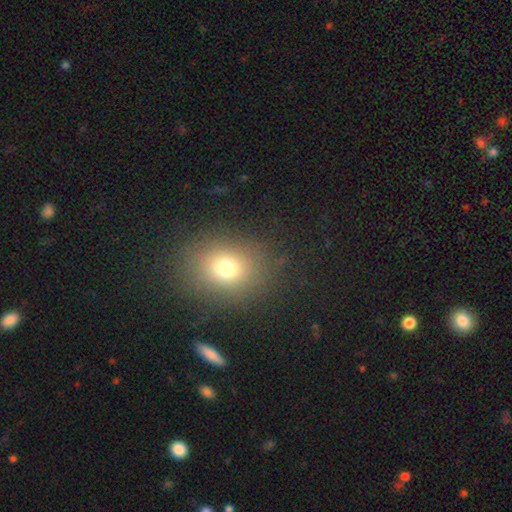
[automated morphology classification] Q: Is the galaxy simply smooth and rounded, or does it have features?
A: smooth — 69%.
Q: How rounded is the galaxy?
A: round — 54%.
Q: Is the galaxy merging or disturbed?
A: none — 88%.